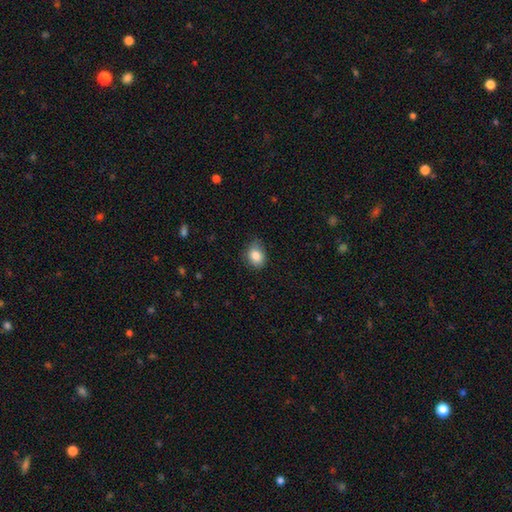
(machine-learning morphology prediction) Smooth or featured? Predicted: smooth (p=0.84). How rounded? Predicted: in between (p=0.55). Merging? Predicted: none (p=0.72).